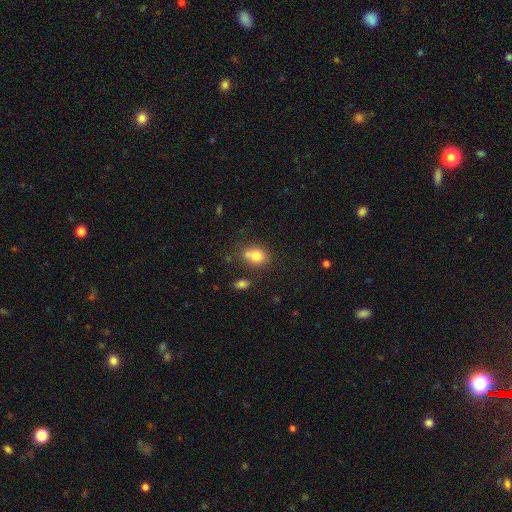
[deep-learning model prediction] smooth 77%, featured or disk 12%, star or artifact 11%. Down the decision tree: how rounded — round (55%); merging — none (50%).